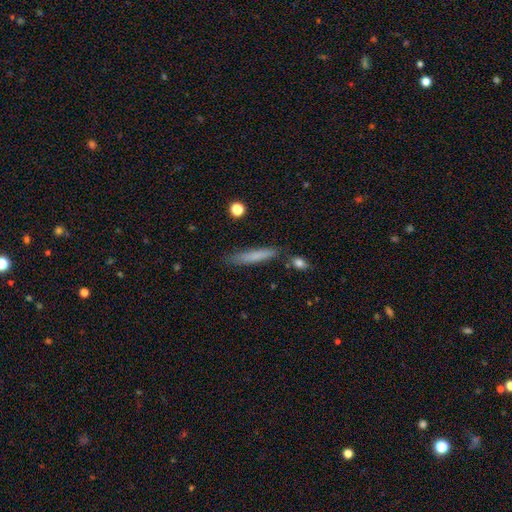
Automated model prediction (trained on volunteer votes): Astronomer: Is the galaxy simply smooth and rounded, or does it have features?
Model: smooth — 76%.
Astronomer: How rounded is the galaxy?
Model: cigar-shaped — 91%.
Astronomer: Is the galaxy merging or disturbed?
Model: none — 78%.